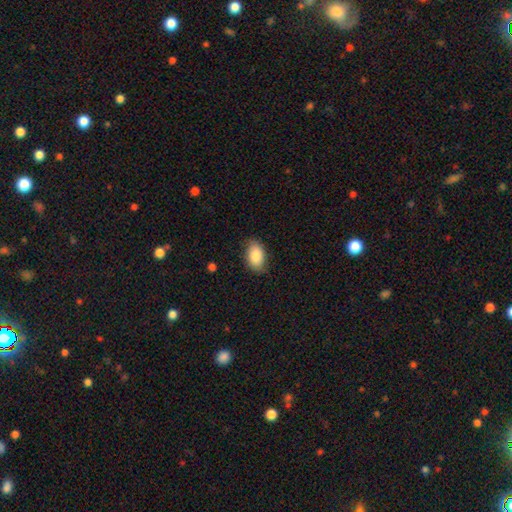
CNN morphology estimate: The model was most divided on "merging": none: 81%, minor disturbance: 15%, major disturbance: 3%, merger: 1%. More confident: how rounded — in between (91%); smooth or featured — smooth (85%).